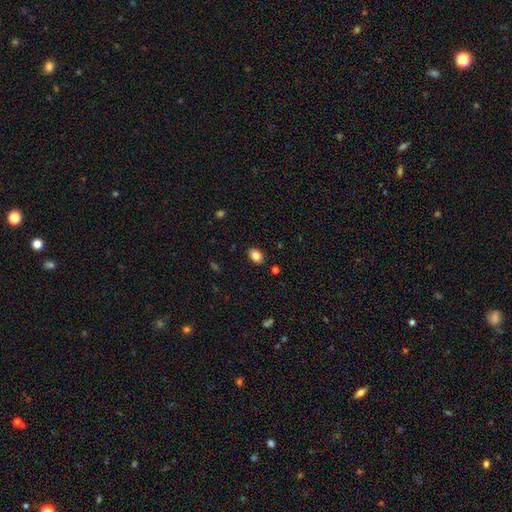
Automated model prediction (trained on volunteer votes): Morphology: type=smooth (84%); roundness=in between (74%); merging=none (87%).